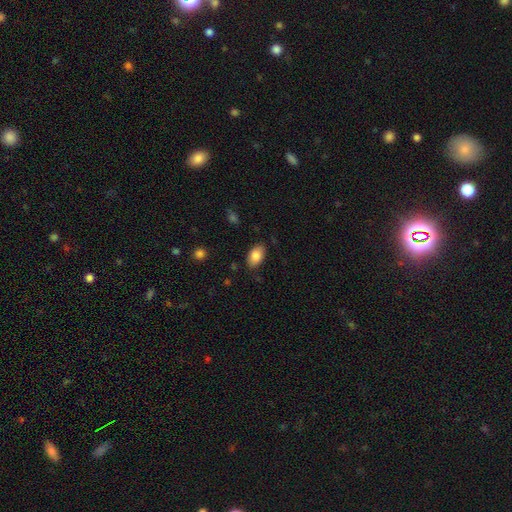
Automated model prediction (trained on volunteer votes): Q: Smooth or featured?
A: smooth (85%); runner-up: featured or disk (8%)
Q: How rounded?
A: in between (92%); runner-up: round (7%)
Q: Merging?
A: none (84%); runner-up: minor disturbance (12%)